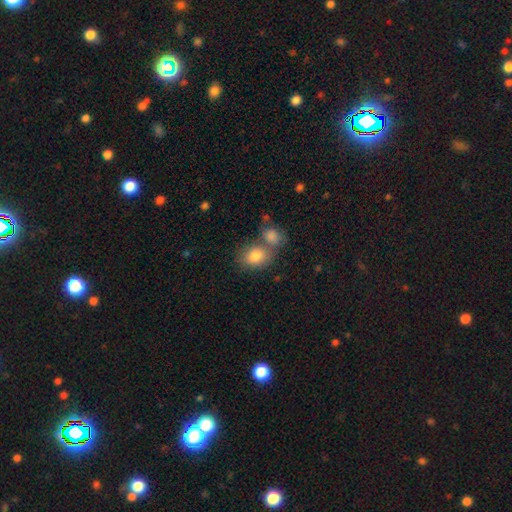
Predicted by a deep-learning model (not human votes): Smooth or featured: smooth — 82% (featured or disk — 9%)
How rounded: in between — 58% (round — 41%)
Merging: none — 47% (merger — 39%)